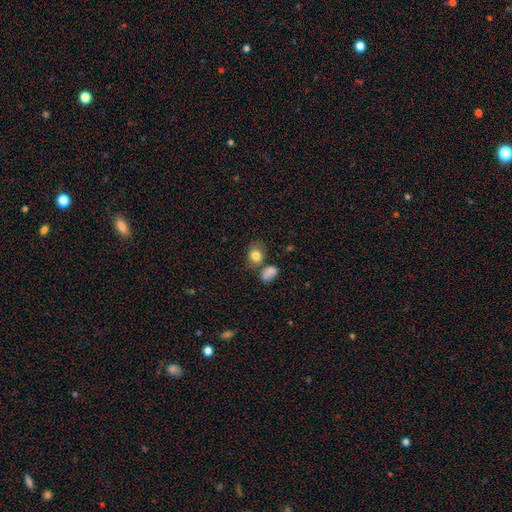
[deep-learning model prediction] smooth 80%, star or artifact 10%, featured or disk 9%. Down the decision tree: how rounded — round (52%); merging — none (55%).